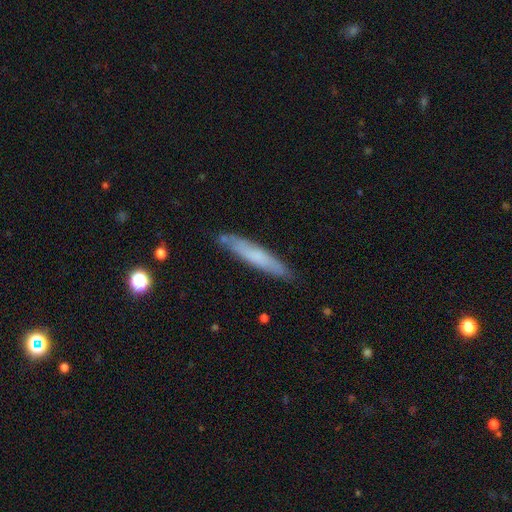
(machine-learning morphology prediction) Overall: smooth (63%; featured or disk 31%). How rounded: cigar-shaped (91%). Merging: none (82%).